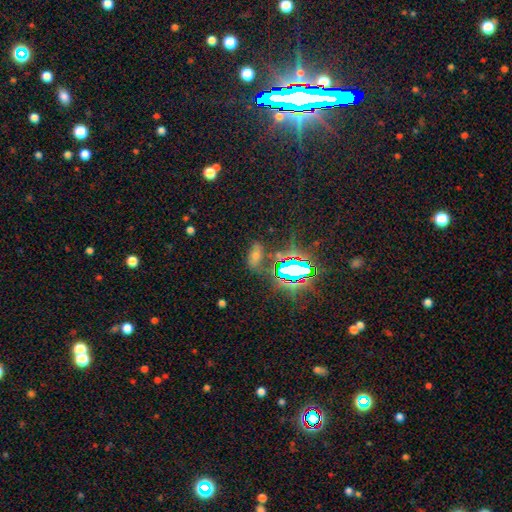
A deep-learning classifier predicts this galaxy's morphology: Smooth or featured? star or artifact (52%)